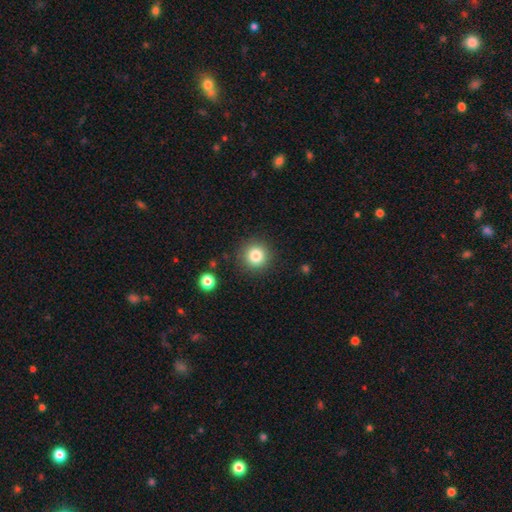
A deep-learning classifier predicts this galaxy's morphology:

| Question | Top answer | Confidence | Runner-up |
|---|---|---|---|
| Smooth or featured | smooth | 81% | star or artifact (12%) |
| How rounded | round | 95% | in between (4%) |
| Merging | none | 88% | minor disturbance (7%) |